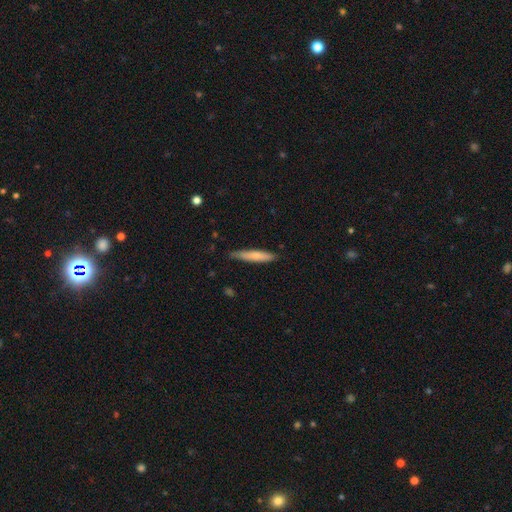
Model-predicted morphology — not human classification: Overall: smooth (72%). How rounded: cigar-shaped (89%). Merging: none (81%).